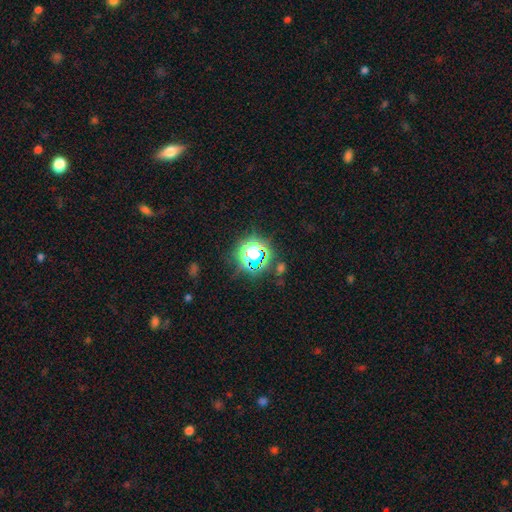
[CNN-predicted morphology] This appears to be a star or artifact, not a galaxy (62%).